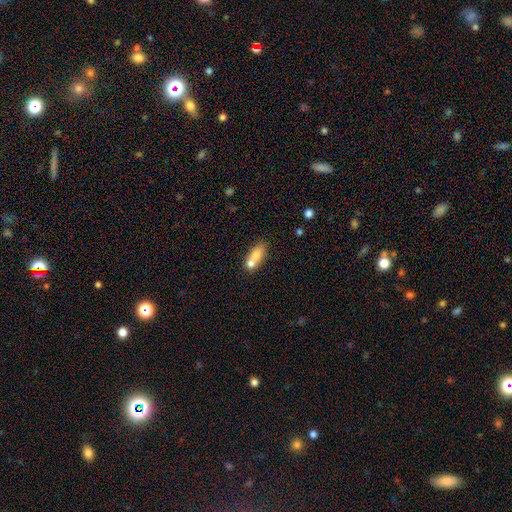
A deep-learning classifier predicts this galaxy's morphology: Q: Smooth or featured?
A: smooth (70%); runner-up: featured or disk (21%)
Q: How rounded?
A: in between (70%); runner-up: cigar-shaped (15%)
Q: Merging?
A: merger (51%); runner-up: none (33%)